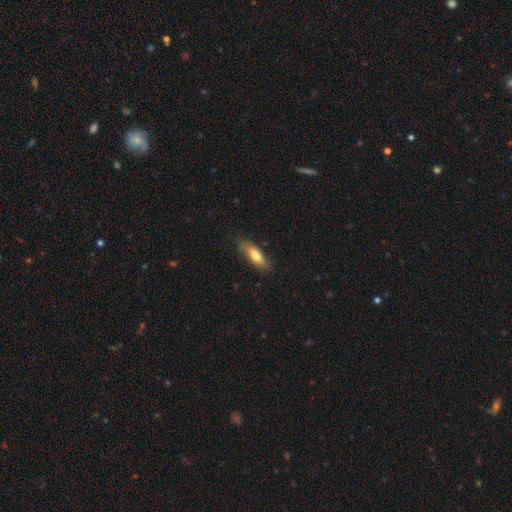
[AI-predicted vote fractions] Smooth or featured? Predicted: smooth (p=0.71). How rounded? Predicted: in between (p=0.59). Merging? Predicted: none (p=0.74).